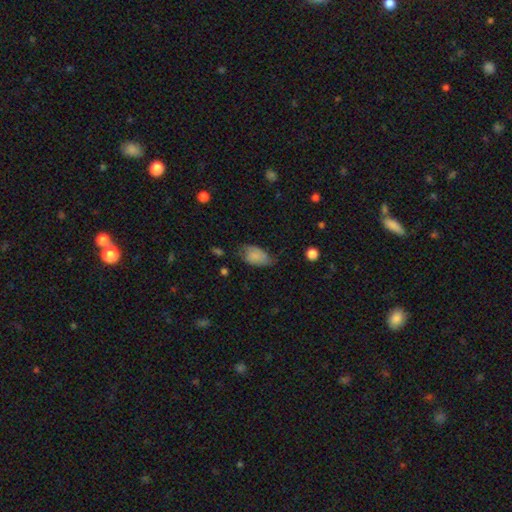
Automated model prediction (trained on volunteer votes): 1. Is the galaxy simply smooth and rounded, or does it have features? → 71% smooth, 21% featured or disk, 8% star or artifact.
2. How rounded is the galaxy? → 91% in between, 8% round, 2% cigar-shaped.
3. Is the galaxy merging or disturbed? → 44% none, 40% minor disturbance, 14% major disturbance, 2% merger.